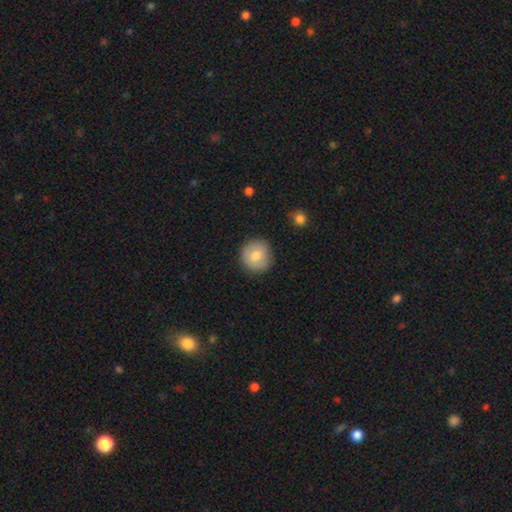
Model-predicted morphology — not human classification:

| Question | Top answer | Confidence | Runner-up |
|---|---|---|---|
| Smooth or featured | smooth | 77% | featured or disk (15%) |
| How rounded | round | 94% | in between (6%) |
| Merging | none | 88% | minor disturbance (9%) |